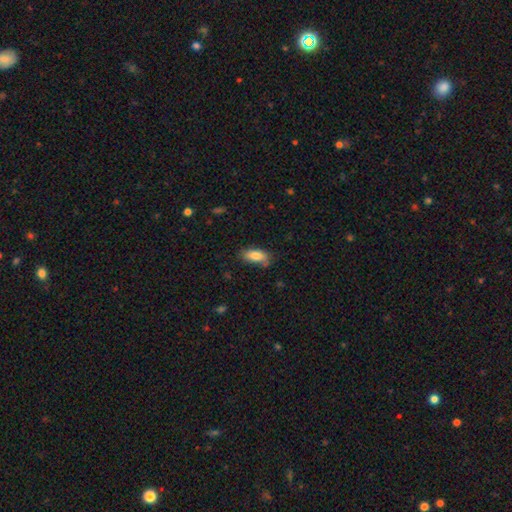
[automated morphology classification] smooth_or_featured: smooth (p=0.82) [alt: featured or disk p=0.11]
how_rounded: in between (p=0.83) [alt: cigar-shaped p=0.15]
merging: none (p=0.69) [alt: minor disturbance p=0.23]